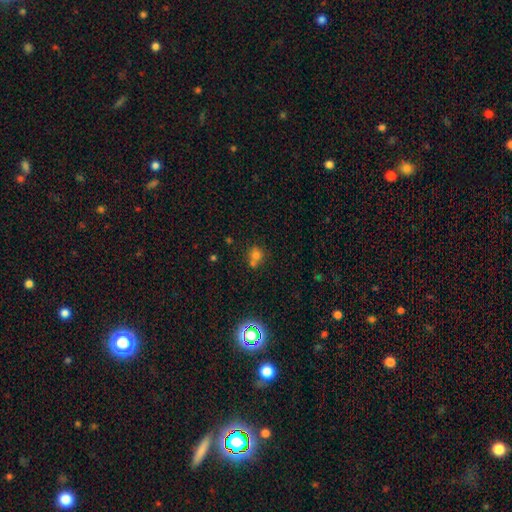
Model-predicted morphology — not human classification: Smooth or featured? Predicted: smooth (p=0.69). How rounded? Predicted: round (p=0.80). Merging? Predicted: none (p=0.46).